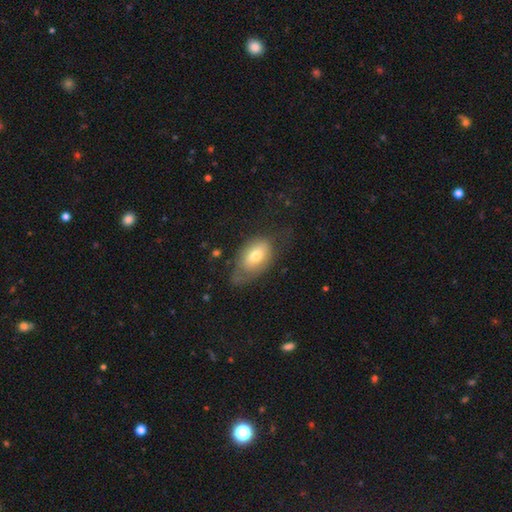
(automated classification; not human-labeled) Morphology: type=smooth (67%); roundness=in between (91%); merging=none (46%).